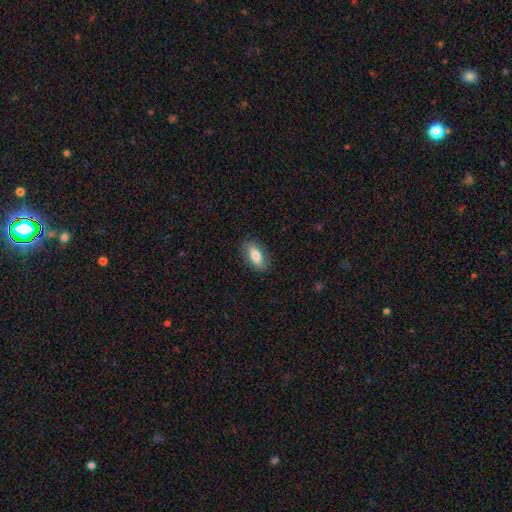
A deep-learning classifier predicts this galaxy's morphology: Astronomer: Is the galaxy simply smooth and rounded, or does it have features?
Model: smooth — 73%.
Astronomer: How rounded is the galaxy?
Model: in between — 83%.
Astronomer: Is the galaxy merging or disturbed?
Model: none — 84%.